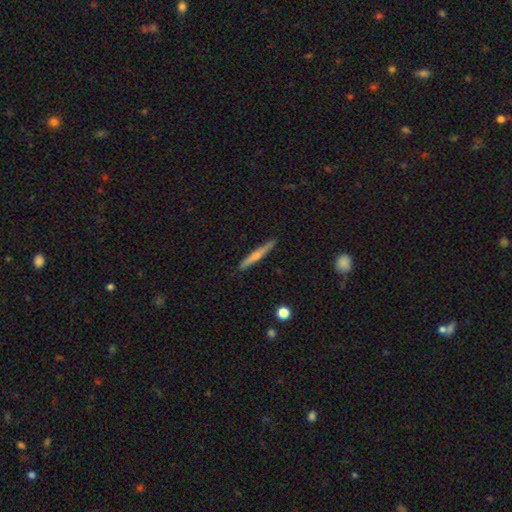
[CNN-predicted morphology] Q: Smooth or featured?
A: smooth (51%); runner-up: featured or disk (42%)
Q: How rounded?
A: cigar-shaped (95%); runner-up: in between (3%)
Q: Merging?
A: none (89%); runner-up: minor disturbance (8%)